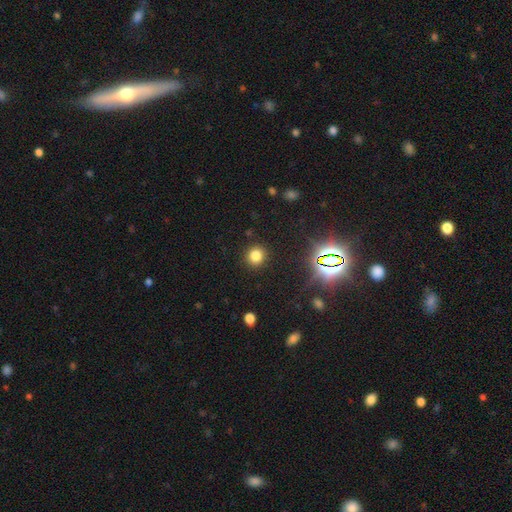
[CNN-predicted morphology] A smooth galaxy with no disk features (76%) that is round (87%).

Vote fractions:
- Smooth or featured? smooth: 76% / star or artifact: 18% / featured or disk: 6%
- How rounded? round: 87% / in between: 12% / cigar-shaped: 1%
- Merging? none: 90% / minor disturbance: 6% / major disturbance: 3% / merger: 1%